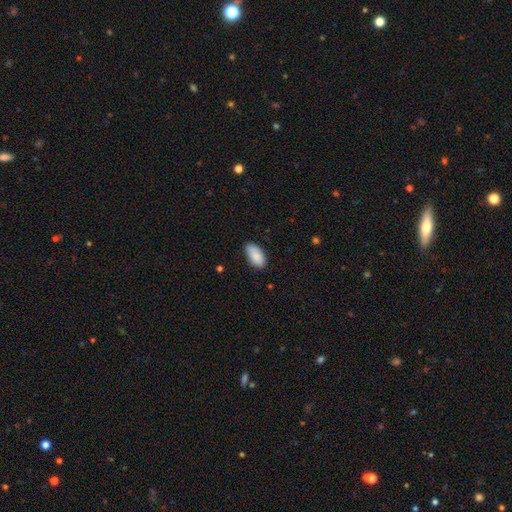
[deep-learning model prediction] Morphology: type=smooth (89%); roundness=in between (95%); merging=none (79%).